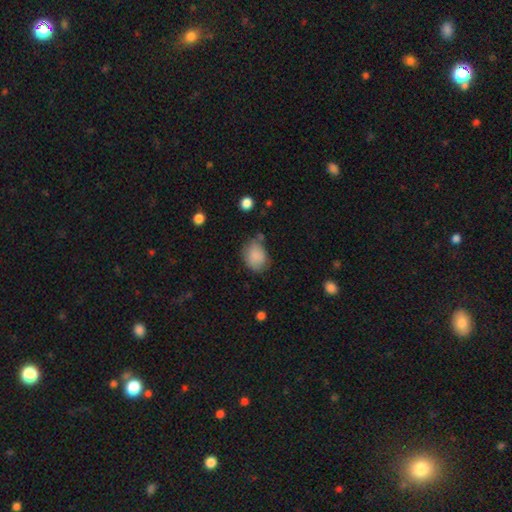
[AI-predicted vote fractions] A smooth galaxy with no disk features (85%) that is in between round and cigar-shaped (57%).

Vote fractions:
- Smooth or featured? smooth: 85% / star or artifact: 8% / featured or disk: 6%
- How rounded? in between: 57% / round: 42% / cigar-shaped: 1%
- Merging? none: 60% / minor disturbance: 27% / major disturbance: 8% / merger: 5%